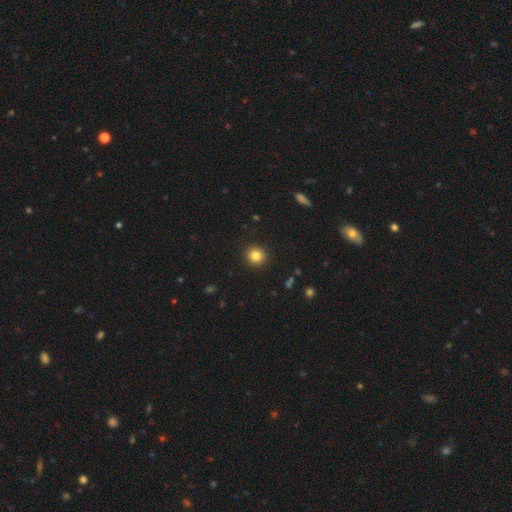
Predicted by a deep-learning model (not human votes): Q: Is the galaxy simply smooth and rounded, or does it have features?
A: smooth — 83%.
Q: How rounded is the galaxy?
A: round — 92%.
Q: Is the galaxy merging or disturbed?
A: none — 92%.